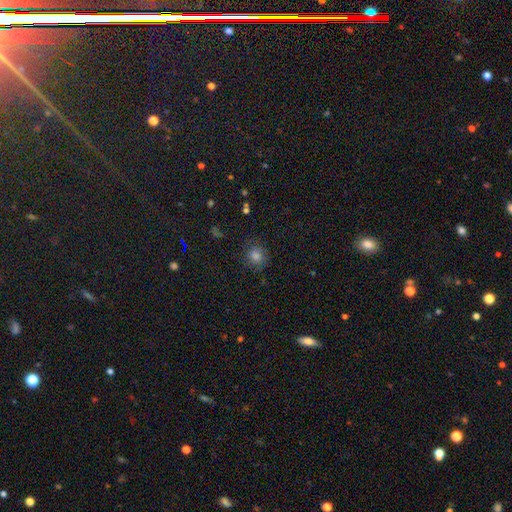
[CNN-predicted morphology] smooth 68%, star or artifact 23%, featured or disk 9%. Down the decision tree: how rounded — round (82%); merging — none (81%).